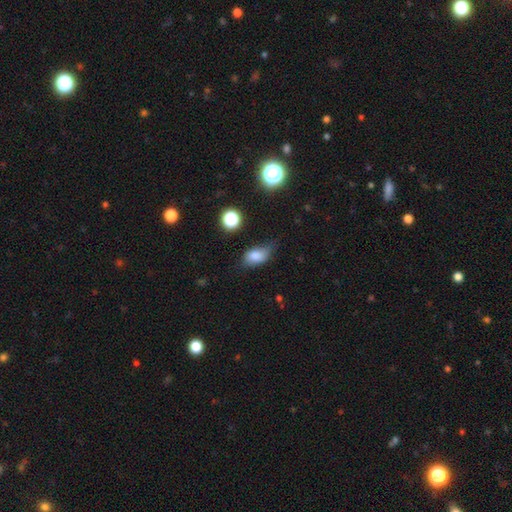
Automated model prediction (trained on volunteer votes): smooth-or-featured: smooth: 79% | star or artifact: 11% | featured or disk: 10%
  how-rounded: in between: 87% | round: 10% | cigar-shaped: 3%
  merging: none: 52% | minor disturbance: 36% | major disturbance: 10% | merger: 3%